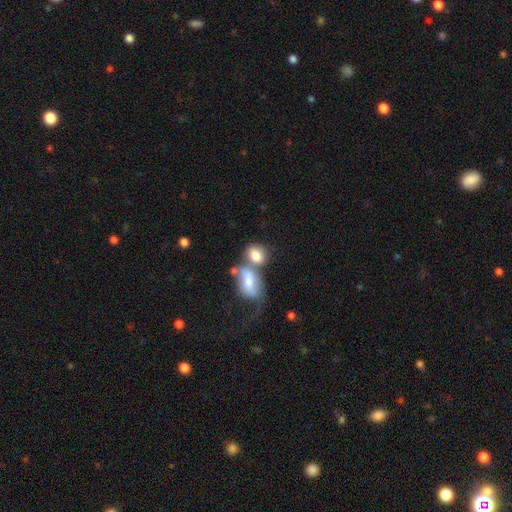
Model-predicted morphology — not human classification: type=smooth (78%); roundness=in between (66%); merging=merger (53%).